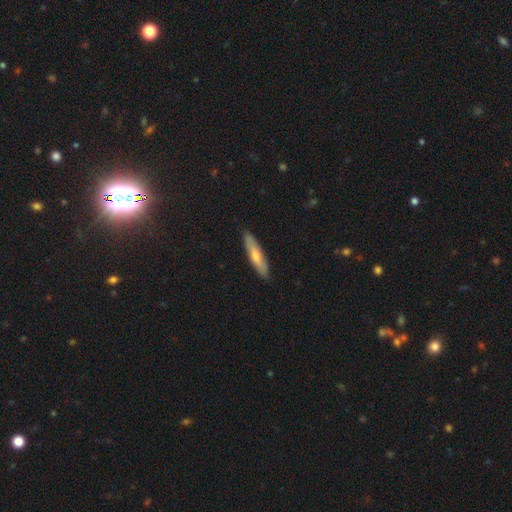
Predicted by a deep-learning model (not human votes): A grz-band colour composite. It shows a smooth galaxy with no disk features (47%). Merging: none (89%).